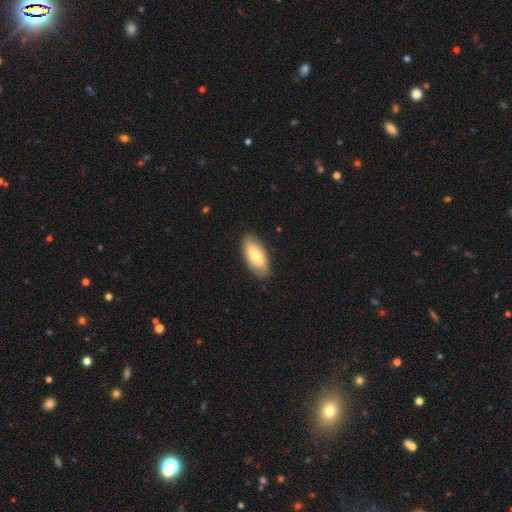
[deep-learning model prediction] A smooth galaxy with no disk features (67%) that is in between round and cigar-shaped (90%). Merging: none (85%).